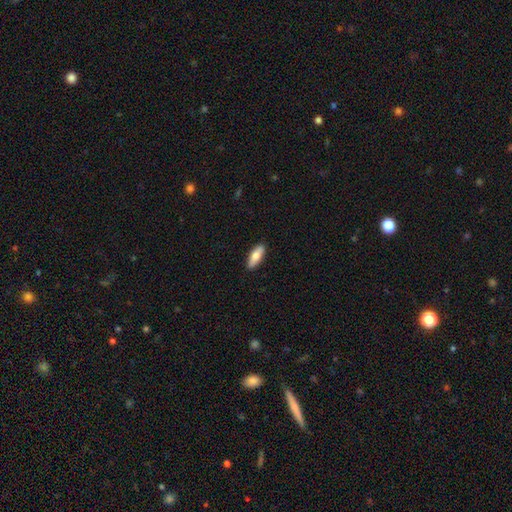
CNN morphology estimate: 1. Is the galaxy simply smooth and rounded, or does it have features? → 75% smooth, 20% featured or disk, 6% star or artifact.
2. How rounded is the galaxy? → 62% in between, 36% cigar-shaped, 2% round.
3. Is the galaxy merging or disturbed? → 90% none, 8% minor disturbance, 2% major disturbance, 1% merger.